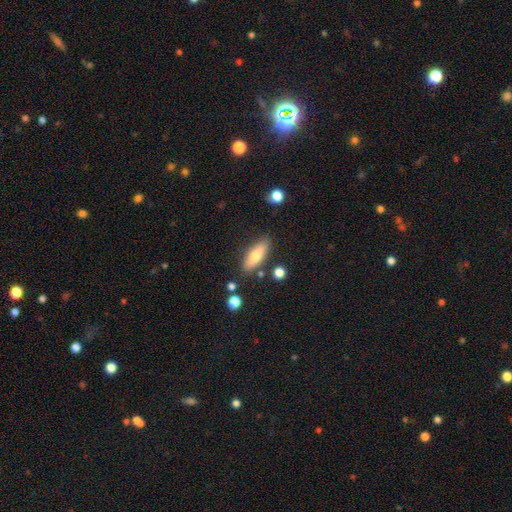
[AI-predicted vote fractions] A smooth galaxy with no disk features (69%) that is in between round and cigar-shaped (57%).

Vote fractions:
- Smooth or featured? smooth: 69% / featured or disk: 24% / star or artifact: 7%
- How rounded? in between: 57% / cigar-shaped: 40% / round: 3%
- Merging? none: 83% / minor disturbance: 11% / merger: 4% / major disturbance: 3%